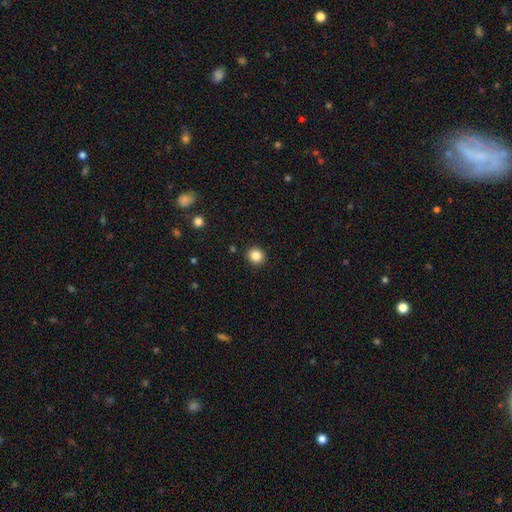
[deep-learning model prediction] smooth 86%, star or artifact 10%, featured or disk 4%. Down the decision tree: how rounded — round (83%); merging — none (91%).